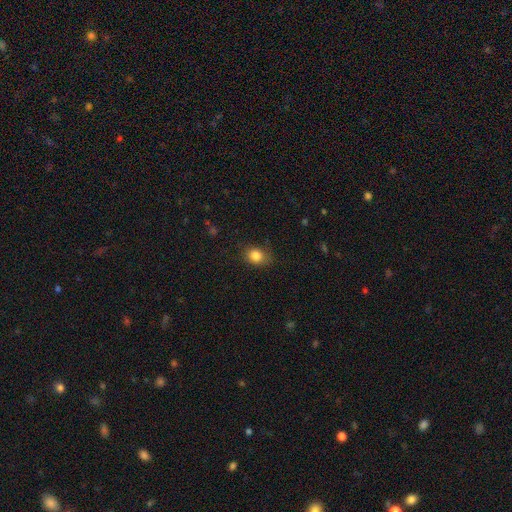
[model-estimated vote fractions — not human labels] Smooth or featured? Predicted: smooth (p=0.84). How rounded? Predicted: round (p=0.52). Merging? Predicted: none (p=0.74).